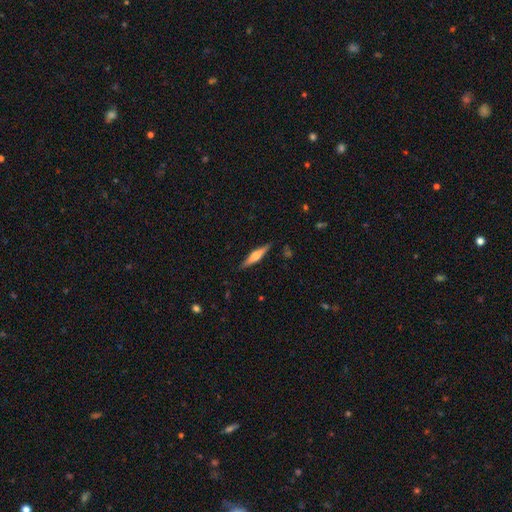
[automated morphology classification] featured or disk 57%, smooth 37%, star or artifact 6%. Down the decision tree: edge-on disk — yes (97%); edge-on bulge — rounded (83%); merging — none (89%).